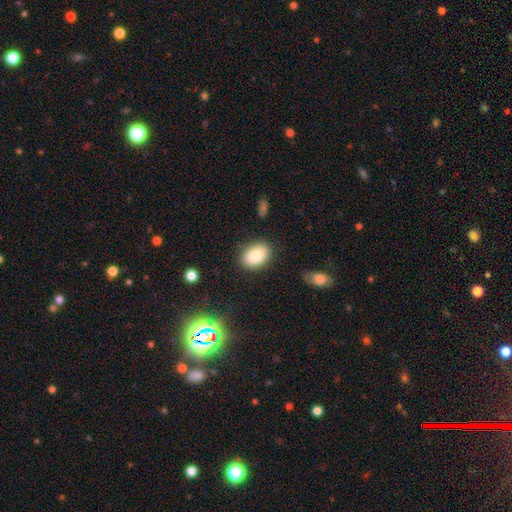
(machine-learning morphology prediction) smooth-or-featured: smooth: 84% | featured or disk: 9% | star or artifact: 7%
  how-rounded: in between: 83% | round: 16% | cigar-shaped: 1%
  merging: none: 83% | minor disturbance: 12% | major disturbance: 3% | merger: 2%